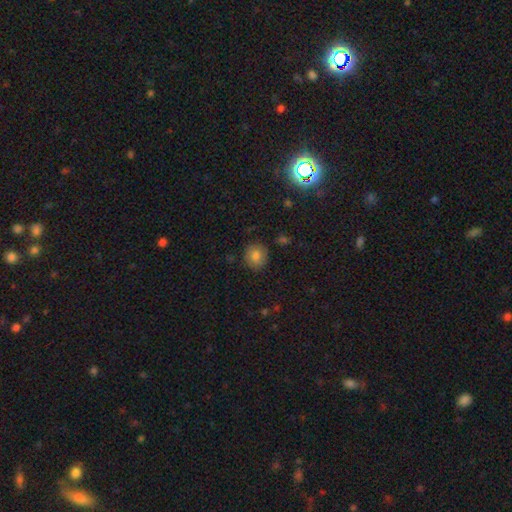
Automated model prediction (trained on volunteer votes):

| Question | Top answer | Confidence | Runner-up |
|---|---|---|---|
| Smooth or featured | smooth | 80% | star or artifact (10%) |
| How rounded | round | 87% | in between (12%) |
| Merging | none | 86% | minor disturbance (11%) |